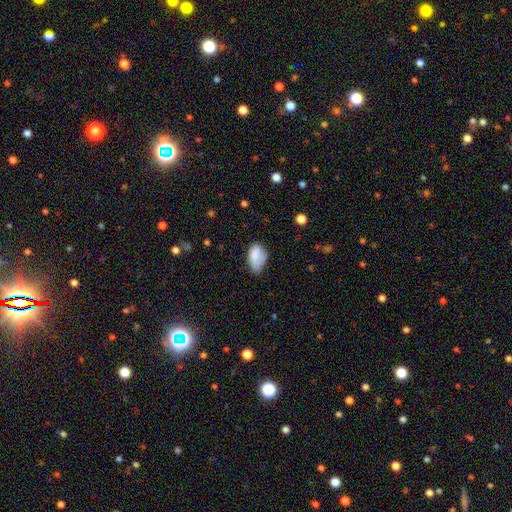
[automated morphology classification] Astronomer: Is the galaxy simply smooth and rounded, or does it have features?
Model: smooth — 79%.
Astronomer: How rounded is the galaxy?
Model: in between — 92%.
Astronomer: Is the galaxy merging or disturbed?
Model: none — 48% (runner-up: minor disturbance, 34%).